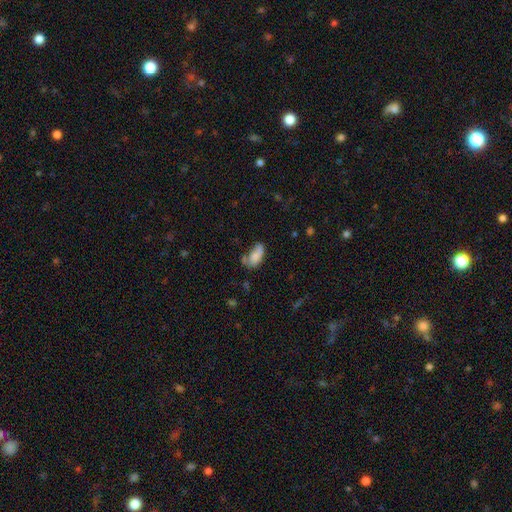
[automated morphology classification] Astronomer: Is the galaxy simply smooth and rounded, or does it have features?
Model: smooth — 76%.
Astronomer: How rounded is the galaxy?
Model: in between — 91%.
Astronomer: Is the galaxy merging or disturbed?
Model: none — 39% (runner-up: minor disturbance, 31%).